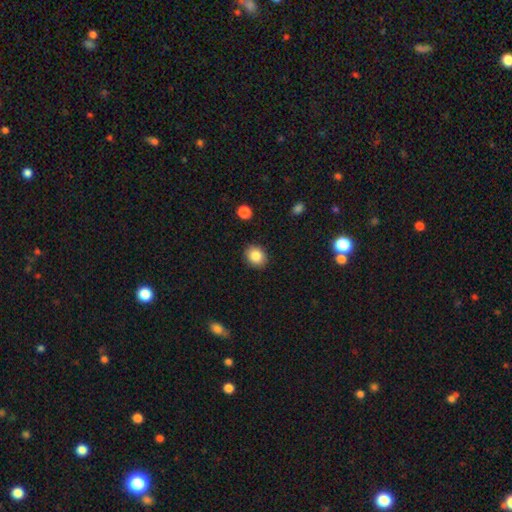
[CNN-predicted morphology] type=smooth (85%); roundness=round (59%); merging=none (89%).